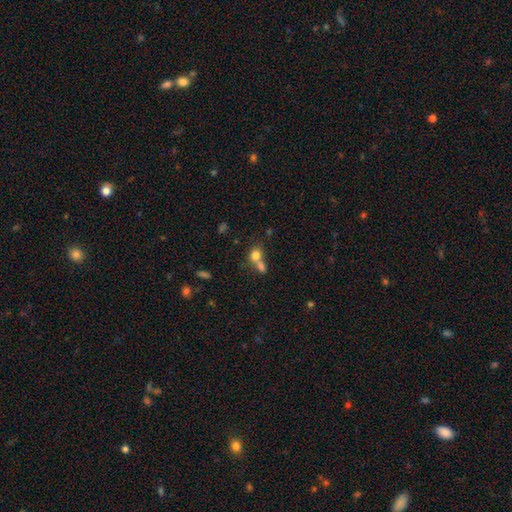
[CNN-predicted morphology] The model was most divided on "merging": merger: 55%, none: 33%, minor disturbance: 7%, major disturbance: 4%. More confident: smooth or featured — smooth (77%); how rounded — round (65%).